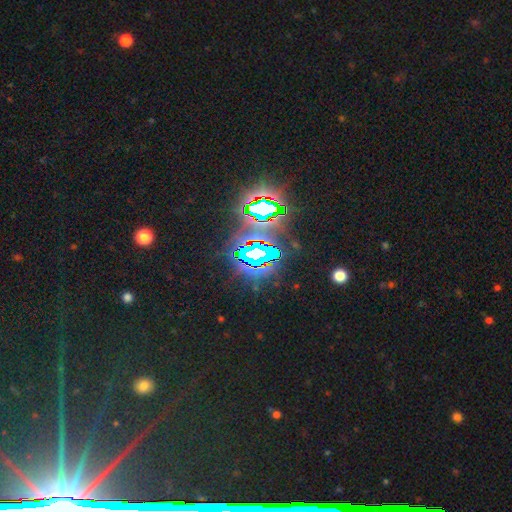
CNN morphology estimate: Smooth or featured: star or artifact — 81% (featured or disk — 10%)